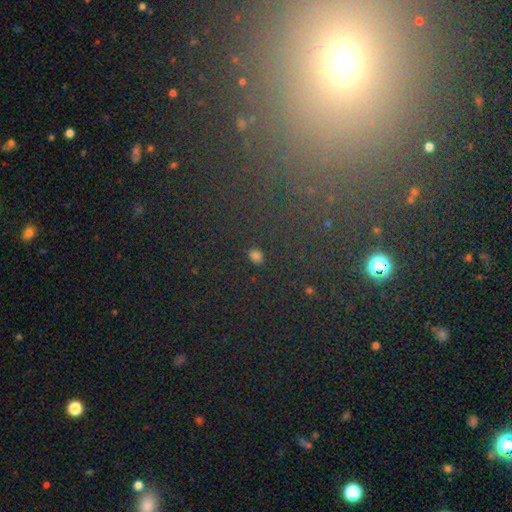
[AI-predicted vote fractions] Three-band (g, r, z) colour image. It shows a smooth galaxy with no disk features (70%) that is in between round and cigar-shaped (65%). Merging: none (86%).